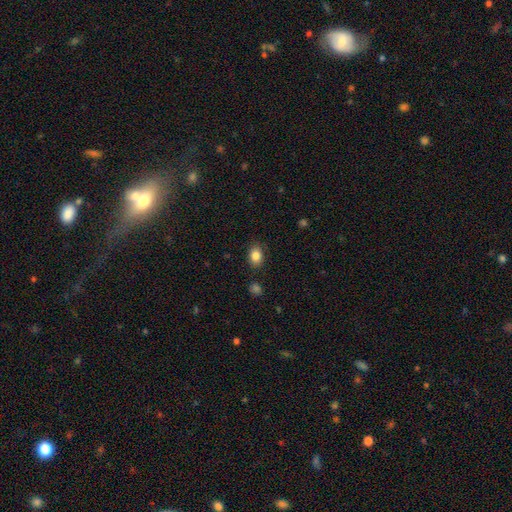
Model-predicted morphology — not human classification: smooth 84%, star or artifact 9%, featured or disk 7%. Down the decision tree: how rounded — in between (73%); merging — none (85%).